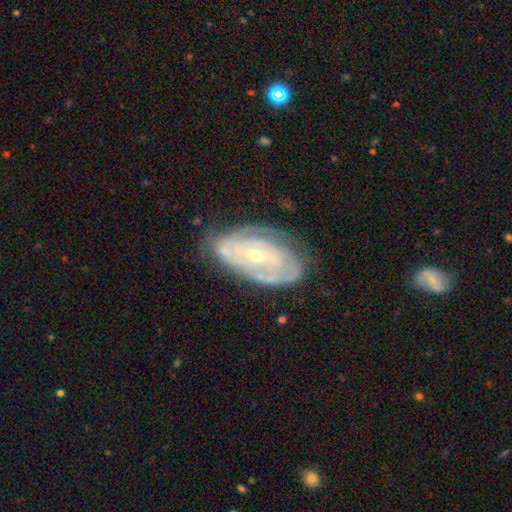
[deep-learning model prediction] Smooth or featured?
  - featured or disk: 82% *
  - smooth: 13%
  - star or artifact: 6%
Edge-on disk?
  - no: 94% *
  - yes: 6%
Bar?
  - no: 47% *
  - weak: 38%
  - strong: 14%
Spiral arms?
  - yes: 86% *
  - no: 14%
Spiral winding?
  - tight: 69% *
  - medium: 25%
  - loose: 7%
Spiral arm count?
  - can't tell: 43% *
  - 2: 32%
  - 3: 13%
  - 1: 5%
  - 4: 5%
  - more than 4: 3%
Bulge size?
  - small: 51% *
  - moderate: 45%
  - large: 2%
  - none: 1%
  - dominant: 1%
Merging?
  - none: 66% *
  - minor disturbance: 24%
  - major disturbance: 8%
  - merger: 2%